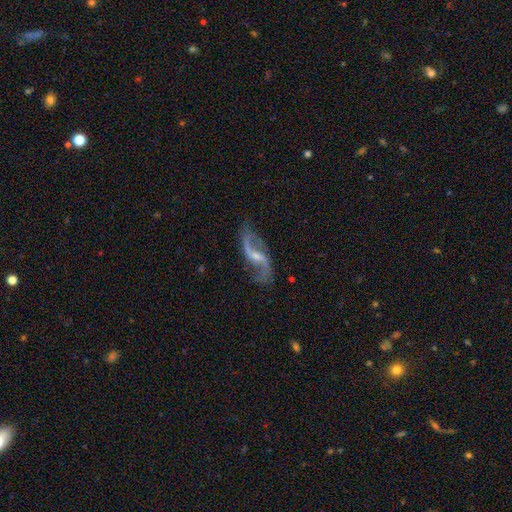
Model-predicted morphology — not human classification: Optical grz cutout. It shows a featured or disk galaxy (90%) with a weak bar (48%), 2 (94%) loose (79%) spiral arms (97%) and a small central bulge (57%). Merging: none (79%).